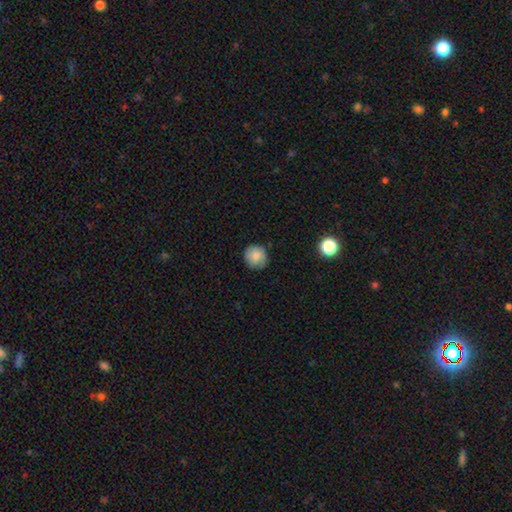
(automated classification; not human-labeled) The model was most divided on "merging": none: 87%, minor disturbance: 10%, major disturbance: 2%, merger: 1%. More confident: how rounded — round (92%); smooth or featured — smooth (85%).